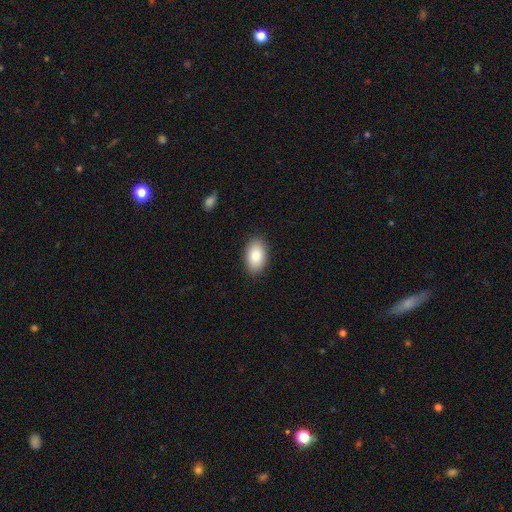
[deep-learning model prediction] smooth_or_featured: smooth (p=0.83) [alt: featured or disk p=0.10]
how_rounded: in between (p=0.92) [alt: round p=0.07]
merging: none (p=0.89) [alt: minor disturbance p=0.08]